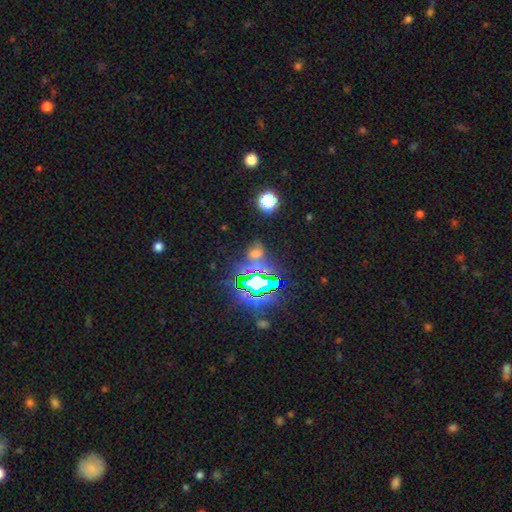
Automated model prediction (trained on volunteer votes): Smooth or featured? star or artifact (75%)